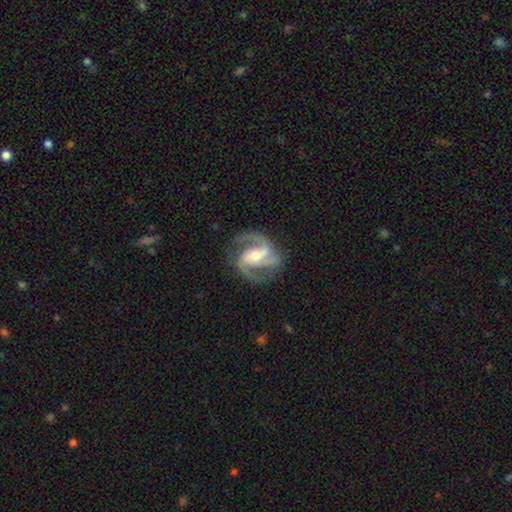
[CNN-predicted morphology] This appears to be a featured or disk galaxy (92%) with a strong bar (39%), 2 (54%) medium (61%) spiral arms (98%) and a moderate central bulge (65%). Merging: none (75%).